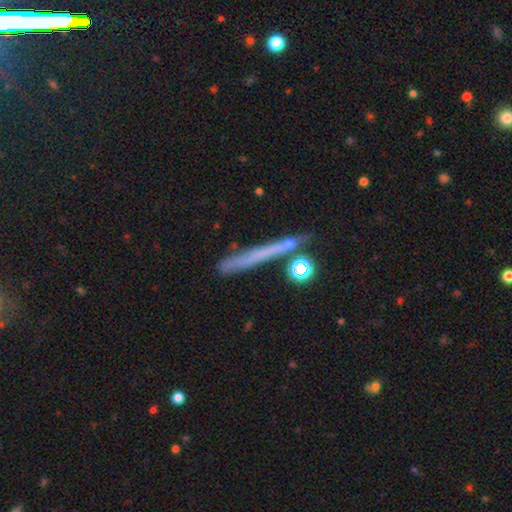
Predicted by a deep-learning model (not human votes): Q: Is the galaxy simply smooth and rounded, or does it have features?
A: smooth — 54%.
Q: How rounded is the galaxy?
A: cigar-shaped — 89%.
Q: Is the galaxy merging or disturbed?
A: none — 72%.